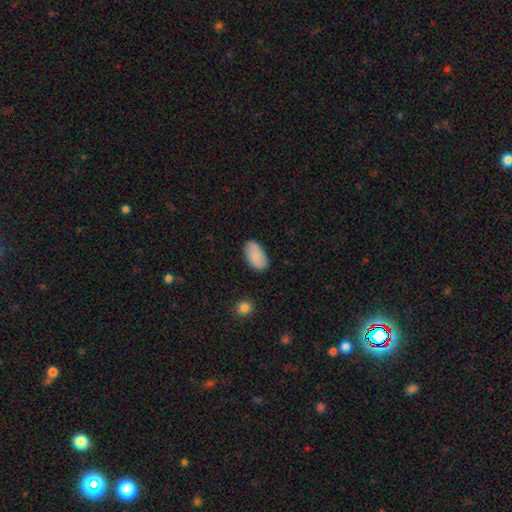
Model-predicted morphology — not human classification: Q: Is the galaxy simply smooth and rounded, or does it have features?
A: smooth — 82%.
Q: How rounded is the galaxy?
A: in between — 95%.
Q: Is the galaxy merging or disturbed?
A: none — 84%.